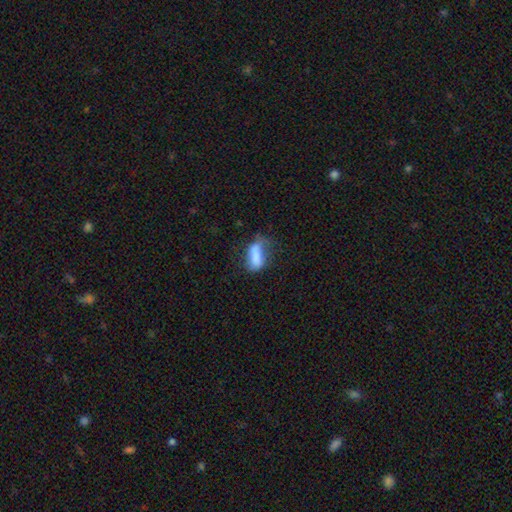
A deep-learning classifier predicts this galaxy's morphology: Smooth or featured? Predicted: smooth (p=0.72). How rounded? Predicted: in between (p=0.78). Merging? Predicted: none (p=0.33).